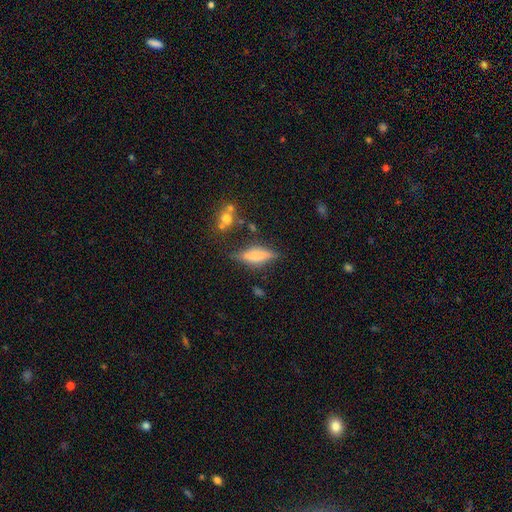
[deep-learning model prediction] Q: Smooth or featured?
A: smooth (47%); runner-up: featured or disk (44%)
Q: Merging?
A: none (68%); runner-up: minor disturbance (20%)